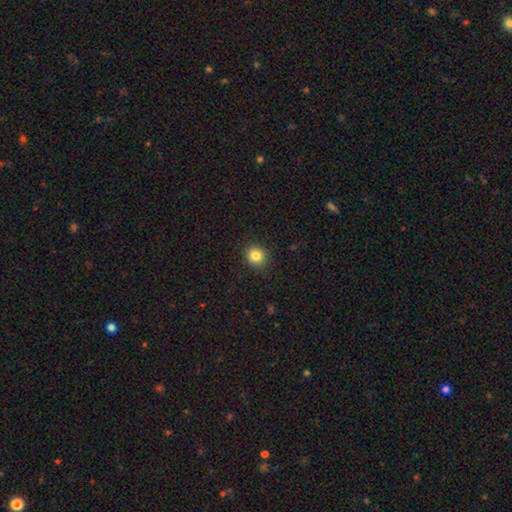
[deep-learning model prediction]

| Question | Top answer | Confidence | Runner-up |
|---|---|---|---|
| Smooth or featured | smooth | 84% | star or artifact (11%) |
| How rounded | round | 87% | in between (12%) |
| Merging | none | 91% | minor disturbance (6%) |